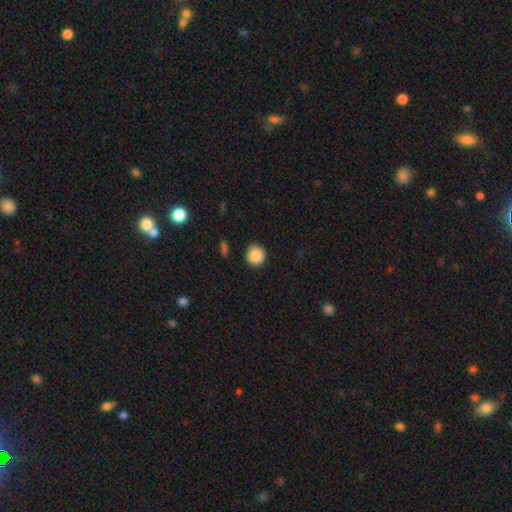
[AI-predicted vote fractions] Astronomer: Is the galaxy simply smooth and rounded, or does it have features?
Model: smooth — 88%.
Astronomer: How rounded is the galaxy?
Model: round — 91%.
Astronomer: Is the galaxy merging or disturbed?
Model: none — 85%.